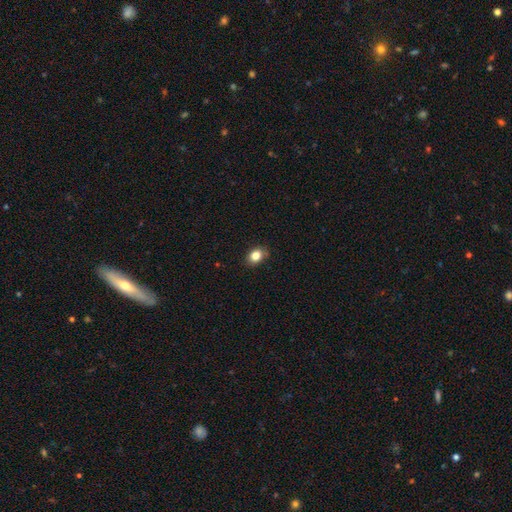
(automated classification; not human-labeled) Overall: smooth (84%). How rounded: in between (59%; round 40%). Merging: none (84%).